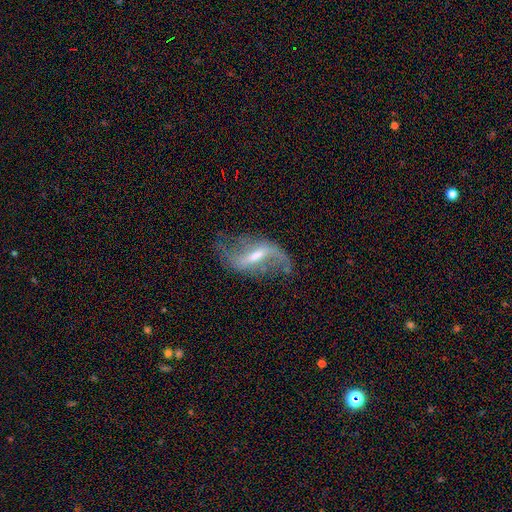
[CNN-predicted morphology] smooth-or-featured: featured or disk: 86% | smooth: 8% | star or artifact: 6%
  disk-edge-on: no: 93% | yes: 7%
    bar: strong: 51% | weak: 39% | no: 10%
    has-spiral-arms: yes: 92% | no: 8%
      spiral-winding: loose: 81% | medium: 15% | tight: 4%
      spiral-arm-count: 2: 90% | 1: 4% | can't tell: 3% | 3: 1% | 4: 1% | more than 4: 1%
    bulge-size: moderate: 47% | small: 39% | none: 8% | large: 5% | dominant: 1%
  merging: none: 64% | minor disturbance: 18% | major disturbance: 15% | merger: 3%